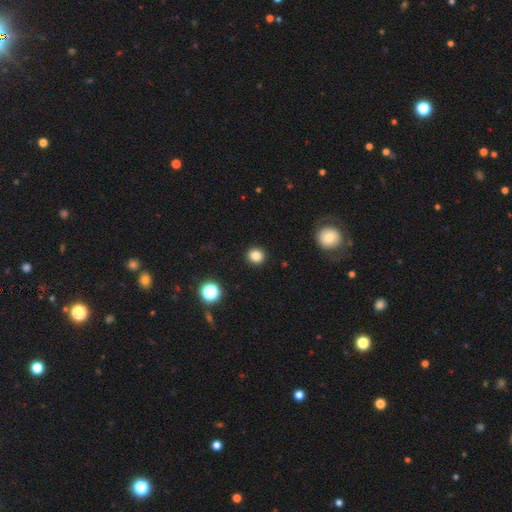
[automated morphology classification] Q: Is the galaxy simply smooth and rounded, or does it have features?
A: smooth — 83%.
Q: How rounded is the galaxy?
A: round — 88%.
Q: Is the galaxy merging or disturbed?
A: none — 92%.